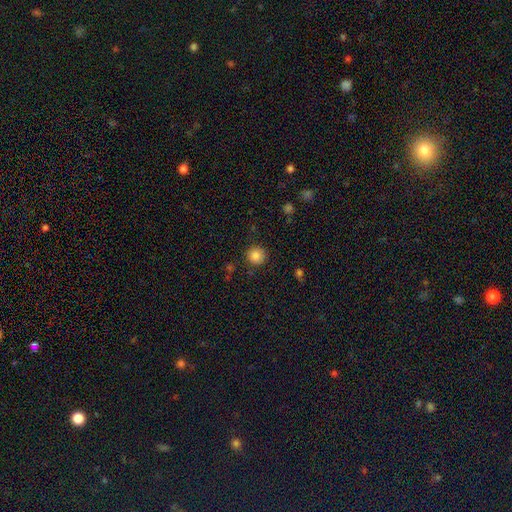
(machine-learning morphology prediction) This appears to be a smooth galaxy with no disk features (86%) that is round (93%). Merging: none (88%).